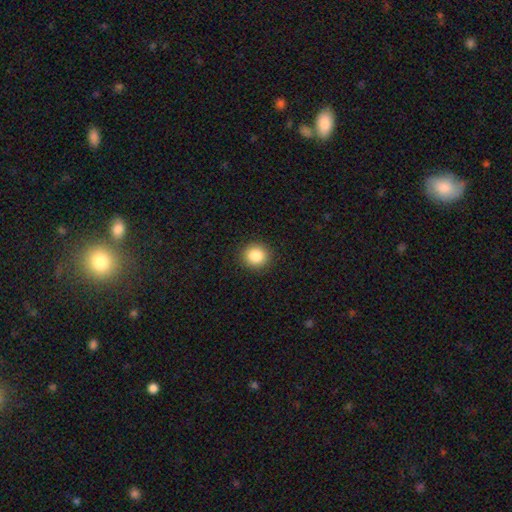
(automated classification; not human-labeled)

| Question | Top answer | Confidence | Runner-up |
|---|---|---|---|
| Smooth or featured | smooth | 85% | star or artifact (10%) |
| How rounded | round | 89% | in between (10%) |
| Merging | none | 92% | minor disturbance (6%) |